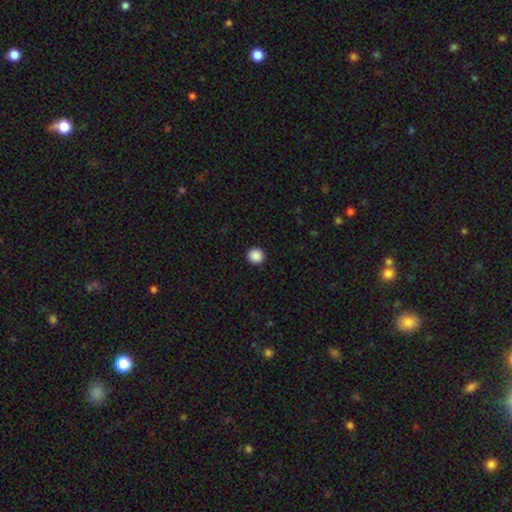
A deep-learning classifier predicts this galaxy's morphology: Smooth or featured? Predicted: smooth (p=0.88). How rounded? Predicted: round (p=0.96). Merging? Predicted: none (p=0.94).